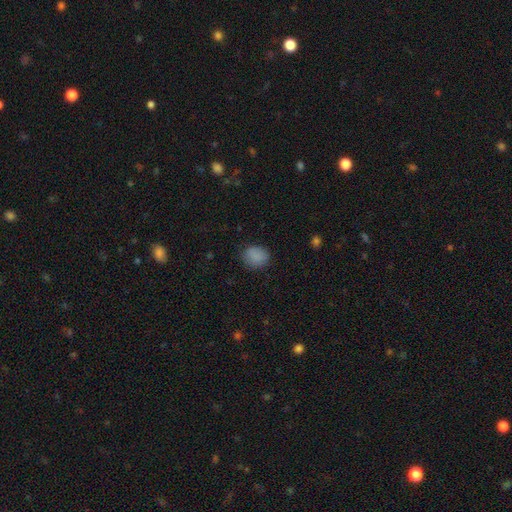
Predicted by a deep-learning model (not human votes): This appears to be a smooth galaxy with no disk features (85%) that is round (62%). Merging: none (81%).